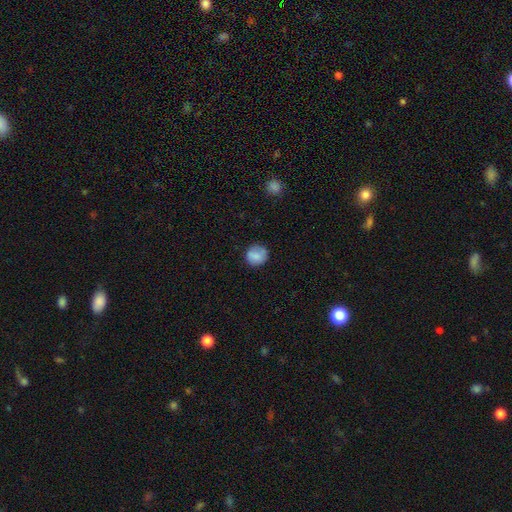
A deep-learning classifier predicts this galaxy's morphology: This is clearly a smooth galaxy (83%). How rounded: clearly round (88%). Merging: likely none (77%).